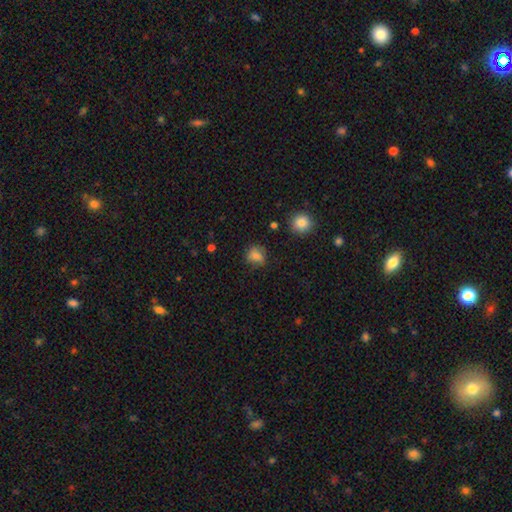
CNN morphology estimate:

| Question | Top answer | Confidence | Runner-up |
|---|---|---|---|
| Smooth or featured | smooth | 80% | star or artifact (12%) |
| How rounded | round | 72% | in between (27%) |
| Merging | none | 70% | minor disturbance (21%) |